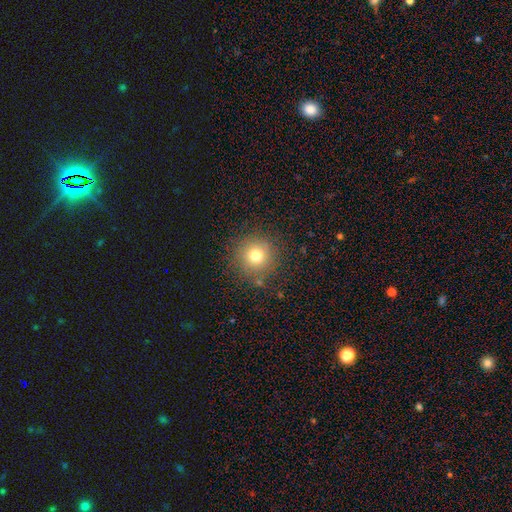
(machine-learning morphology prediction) A smooth galaxy with no disk features (74%) that is round (95%).

Vote fractions:
- Smooth or featured? smooth: 74% / star or artifact: 15% / featured or disk: 10%
- How rounded? round: 95% / in between: 4% / cigar-shaped: 1%
- Merging? none: 86% / minor disturbance: 9% / major disturbance: 4% / merger: 2%